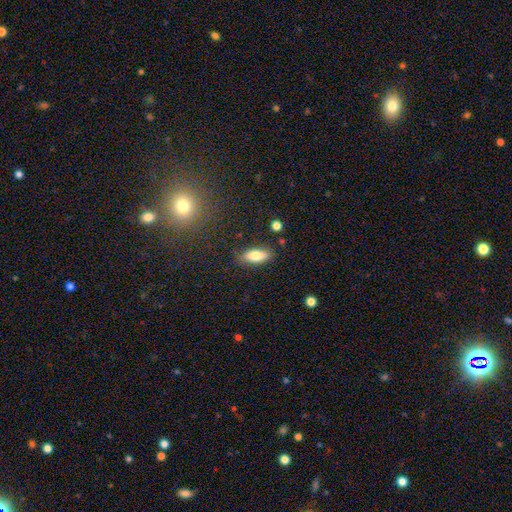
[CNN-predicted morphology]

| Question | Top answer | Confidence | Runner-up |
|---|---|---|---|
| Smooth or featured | smooth | 78% | featured or disk (15%) |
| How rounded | in between | 78% | cigar-shaped (20%) |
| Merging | none | 84% | minor disturbance (11%) |